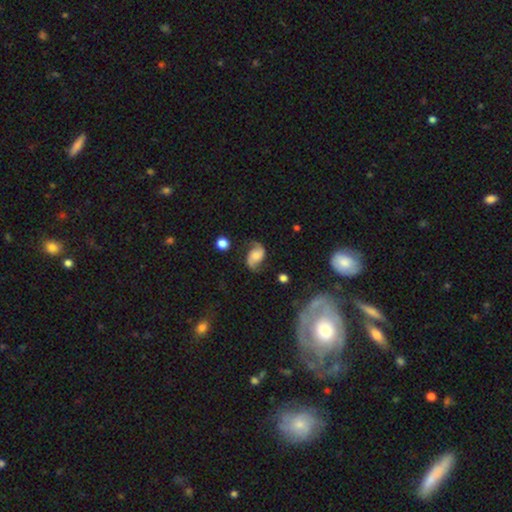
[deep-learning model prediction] featured or disk 77%, smooth 15%, star or artifact 8%. Down the decision tree: edge-on disk — no (98%); bar — no (58%); spiral arms — yes (96%); spiral arm count — 2 (92%); spiral winding — loose (54%); bulge size — none (28%); merging — none (71%).